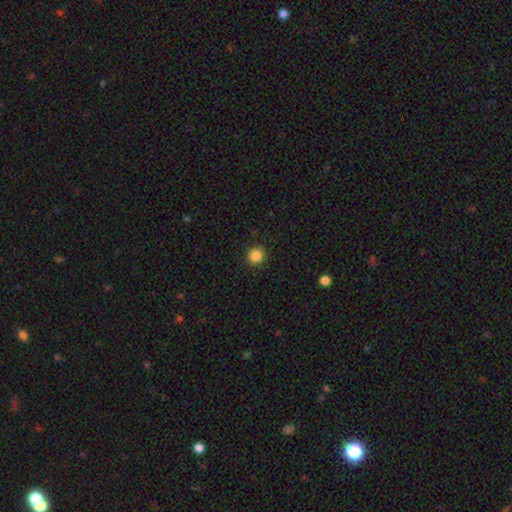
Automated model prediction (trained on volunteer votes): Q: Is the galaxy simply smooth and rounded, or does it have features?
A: smooth — 86%.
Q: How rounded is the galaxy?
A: round — 93%.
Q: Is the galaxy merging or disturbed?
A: none — 91%.